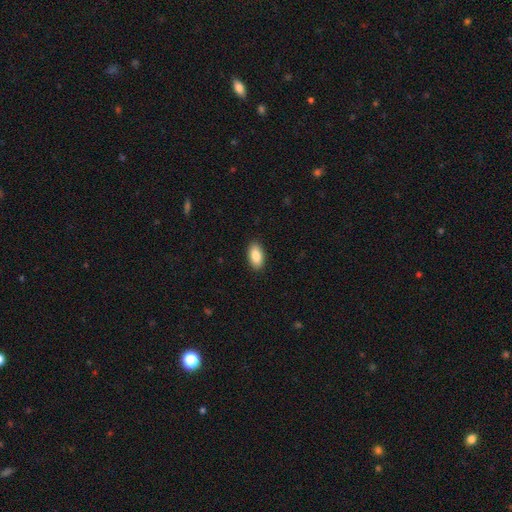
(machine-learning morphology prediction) Smooth or featured?
  - smooth: 87% *
  - star or artifact: 7%
  - featured or disk: 6%
How rounded?
  - in between: 93% *
  - cigar-shaped: 4%
  - round: 3%
Merging?
  - none: 90% *
  - minor disturbance: 7%
  - major disturbance: 2%
  - merger: 1%